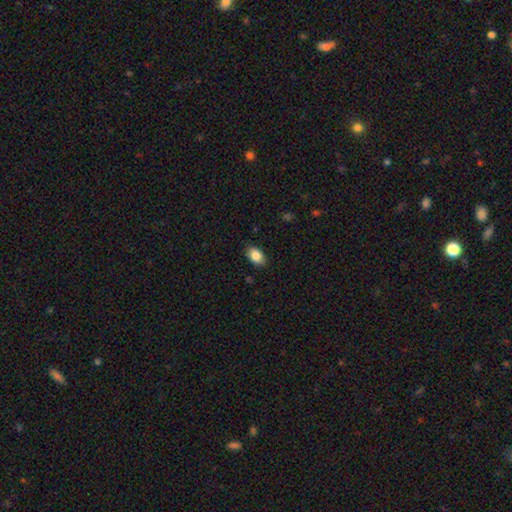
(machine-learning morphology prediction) A smooth galaxy with no disk features (85%) that is in between round and cigar-shaped (87%).

Vote fractions:
- Smooth or featured? smooth: 85% / star or artifact: 8% / featured or disk: 7%
- How rounded? in between: 87% / round: 11% / cigar-shaped: 1%
- Merging? none: 85% / minor disturbance: 12% / major disturbance: 2% / merger: 1%